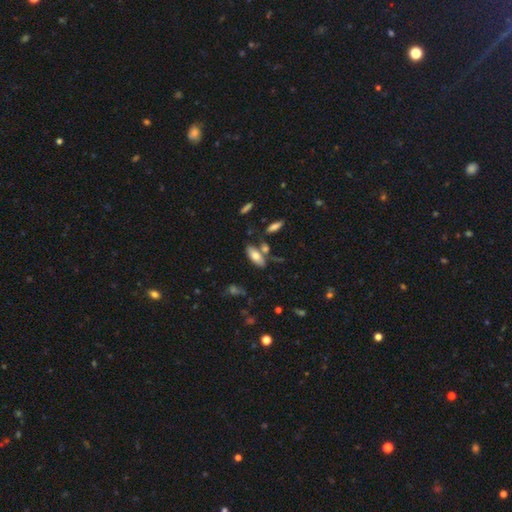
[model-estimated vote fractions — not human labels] smooth 72%, featured or disk 21%, star or artifact 8%. Down the decision tree: how rounded — in between (80%); merging — none (64%).